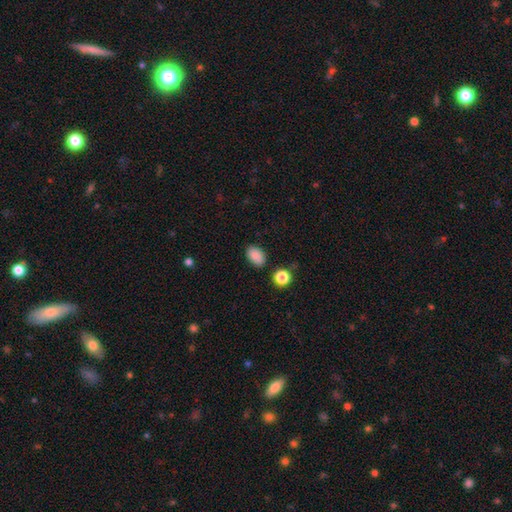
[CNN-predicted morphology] Smooth or featured?
  - smooth: 86% *
  - star or artifact: 9%
  - featured or disk: 5%
How rounded?
  - in between: 84% *
  - round: 15%
  - cigar-shaped: 1%
Merging?
  - none: 81% *
  - minor disturbance: 13%
  - merger: 3%
  - major disturbance: 3%